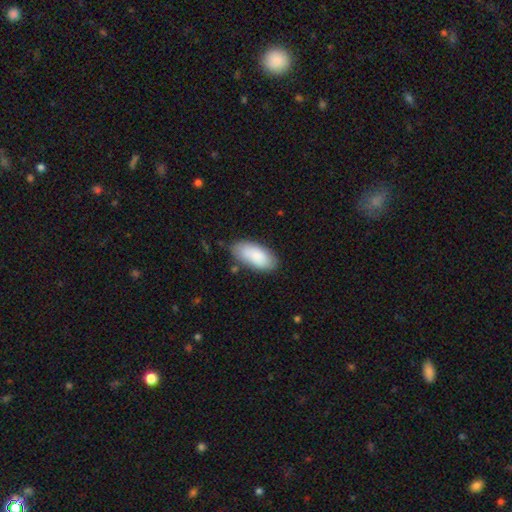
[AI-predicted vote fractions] Smooth or featured: smooth — 82% (featured or disk — 12%)
How rounded: in between — 91% (cigar-shaped — 7%)
Merging: none — 76% (minor disturbance — 17%)